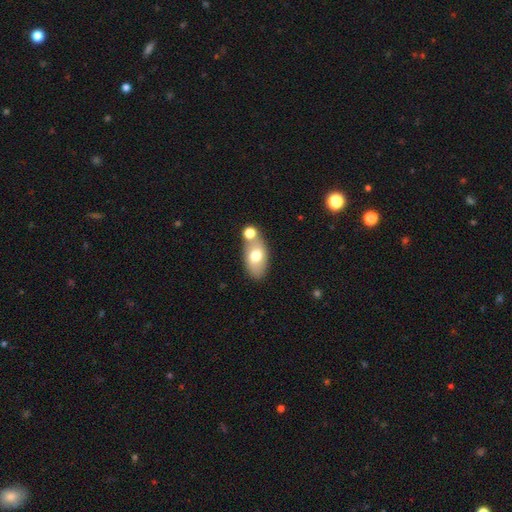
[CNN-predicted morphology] Smooth or featured? Predicted: smooth (p=0.70). How rounded? Predicted: in between (p=0.89). Merging? Predicted: none (p=0.57).